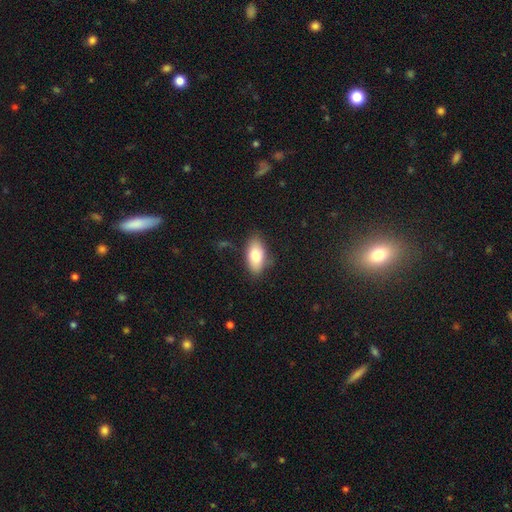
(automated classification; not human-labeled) This is likely a smooth galaxy (78%). How rounded: clearly in between (91%). Merging: clearly none (81%).